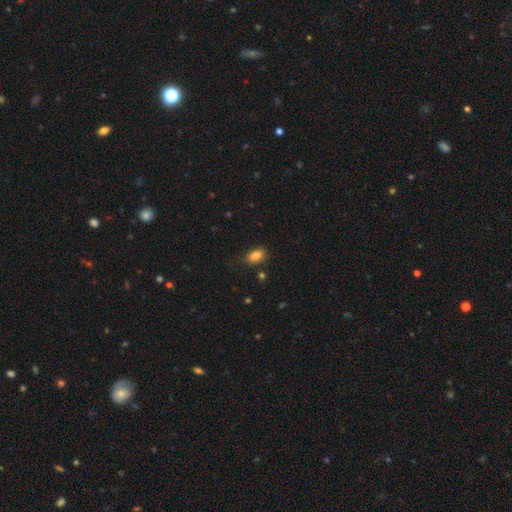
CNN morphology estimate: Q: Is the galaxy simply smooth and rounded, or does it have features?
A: smooth — 84%.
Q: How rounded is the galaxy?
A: in between — 87%.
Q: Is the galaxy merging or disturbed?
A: none — 80%.